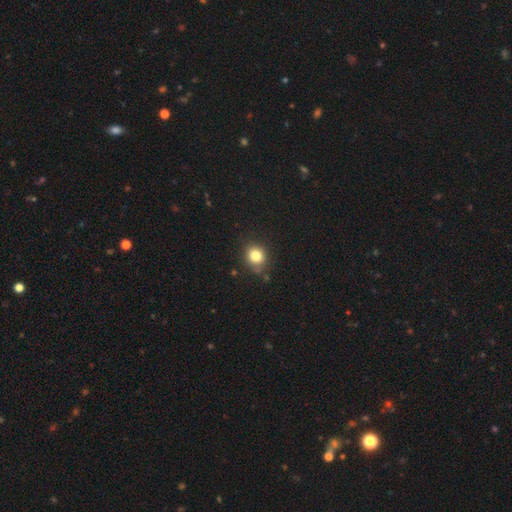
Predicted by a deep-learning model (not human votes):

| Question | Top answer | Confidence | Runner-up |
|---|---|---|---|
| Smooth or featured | smooth | 82% | star or artifact (12%) |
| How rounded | round | 79% | in between (20%) |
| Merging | none | 79% | minor disturbance (14%) |